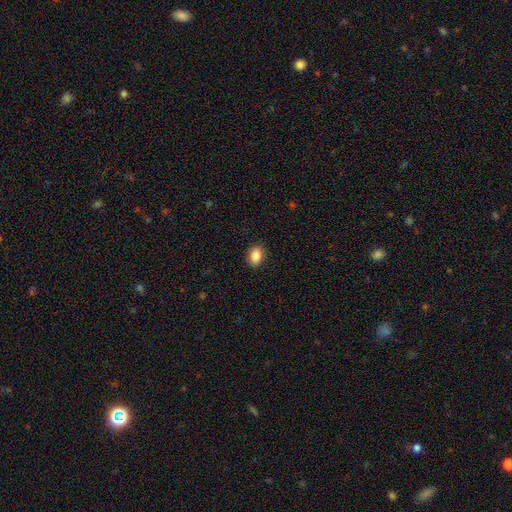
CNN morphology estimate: smooth 86%, star or artifact 9%, featured or disk 5%. Down the decision tree: how rounded — in between (71%); merging — none (90%).